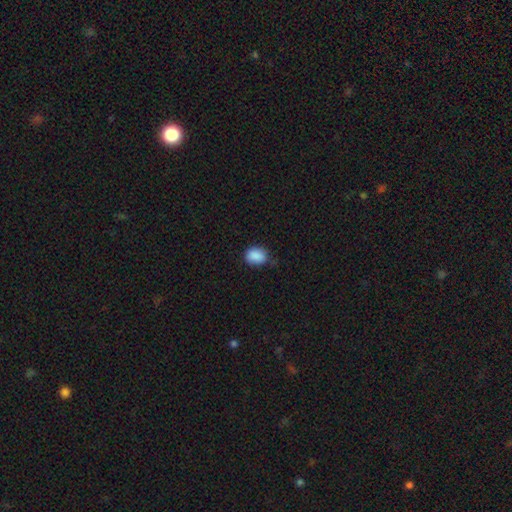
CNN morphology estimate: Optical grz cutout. It shows a smooth galaxy with no disk features (88%) that is in between round and cigar-shaped (63%). Merging: none (71%).